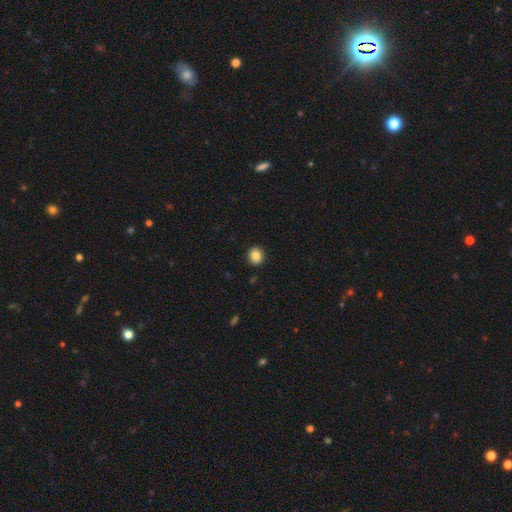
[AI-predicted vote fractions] Smooth or featured? Predicted: smooth (p=0.86). How rounded? Predicted: round (p=0.76). Merging? Predicted: none (p=0.91).